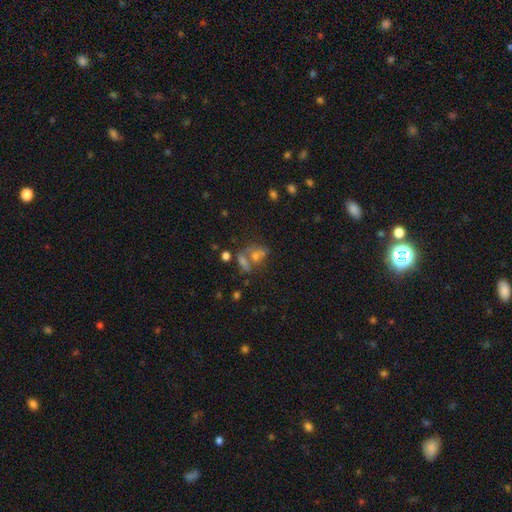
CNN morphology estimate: Q: Smooth or featured?
A: smooth (42%); runner-up: star or artifact (30%)
Q: Merging?
A: merger (37%); tied with: none (37%)